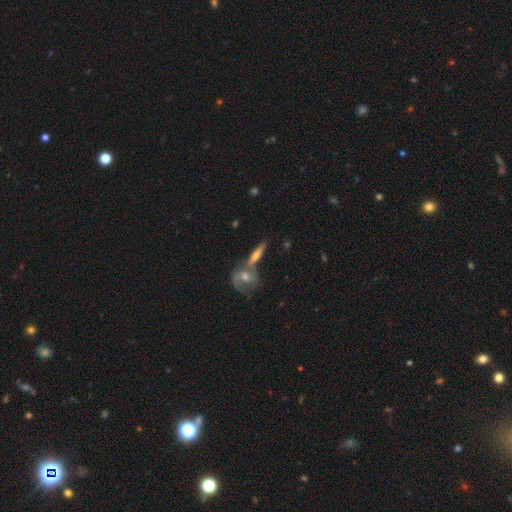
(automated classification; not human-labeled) Morphology: type=featured or disk (54%); edge-on=yes (79%); merging=none (56%).